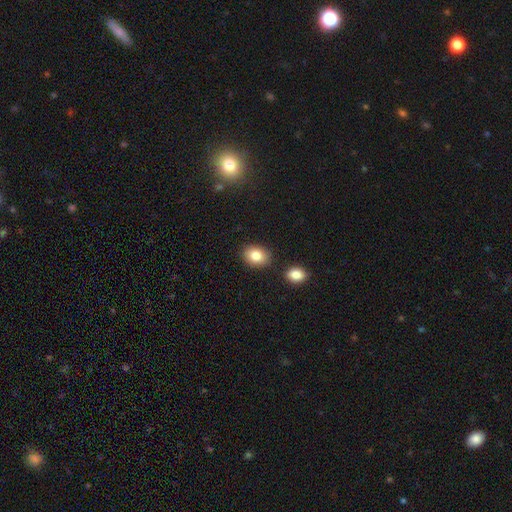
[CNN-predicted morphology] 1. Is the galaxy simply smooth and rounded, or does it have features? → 84% smooth, 8% star or artifact, 8% featured or disk.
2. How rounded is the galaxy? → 69% in between, 30% round, 1% cigar-shaped.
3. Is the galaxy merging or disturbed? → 83% none, 10% minor disturbance, 5% merger, 2% major disturbance.